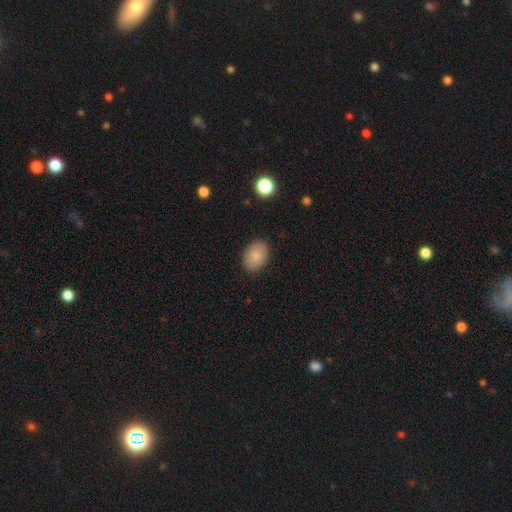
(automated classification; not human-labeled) Morphology: type=smooth (84%); roundness=in between (74%); merging=none (88%).